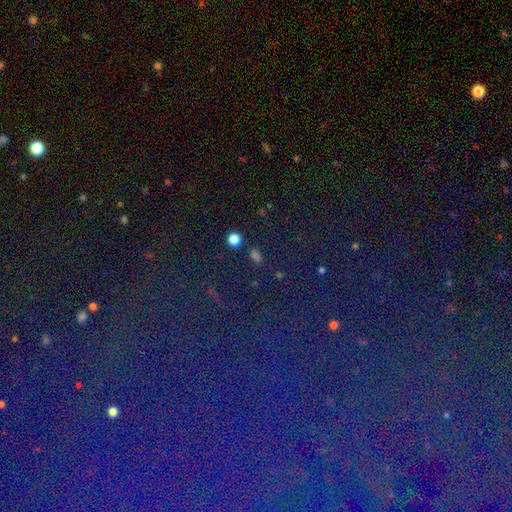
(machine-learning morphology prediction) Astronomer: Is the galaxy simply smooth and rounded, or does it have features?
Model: star or artifact — 53% (runner-up: smooth, 39%).